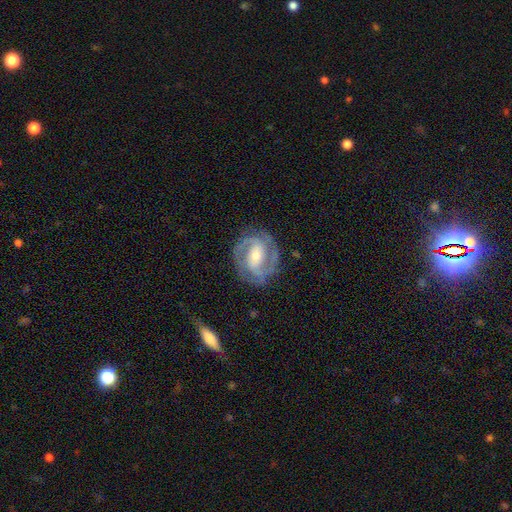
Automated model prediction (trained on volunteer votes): Smooth or featured? Predicted: featured or disk (p=0.88). Edge-on disk? Predicted: no (p=0.97). Bar? Predicted: weak (p=0.41). Spiral arms? Predicted: yes (p=0.96). Spiral winding? Predicted: tight (p=0.51). Spiral arm count? Predicted: 2 (p=0.63). Bulge size? Predicted: moderate (p=0.55). Merging? Predicted: none (p=0.80).